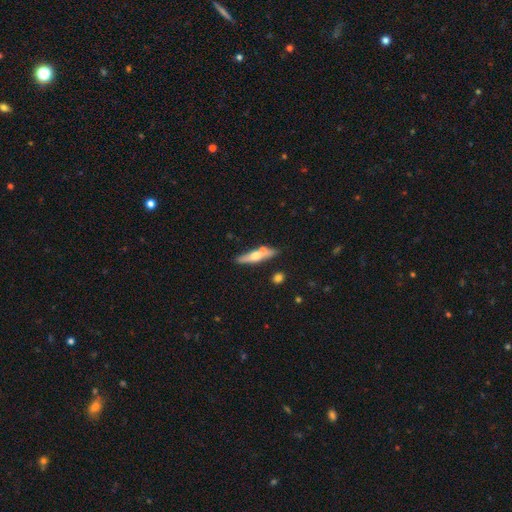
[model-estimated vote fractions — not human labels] The model was most divided on "smooth or featured": featured or disk: 48%, smooth: 46%, star or artifact: 6%. More confident: merging — none (65%).